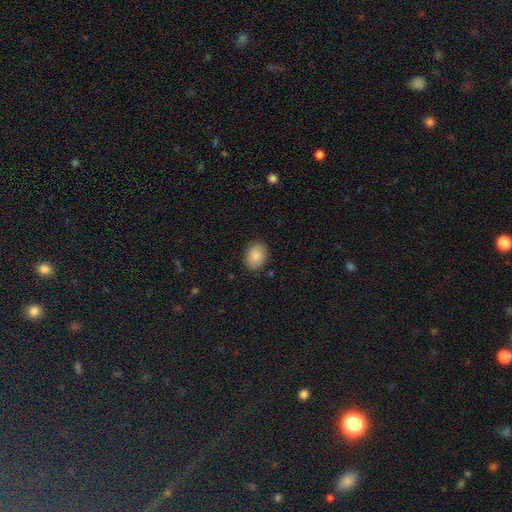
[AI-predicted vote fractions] Morphology: type=smooth (87%); roundness=in between (67%); merging=none (87%).